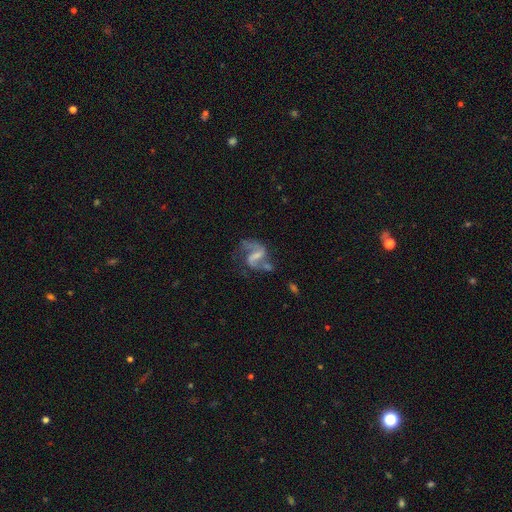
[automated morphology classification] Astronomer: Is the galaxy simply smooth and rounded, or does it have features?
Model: featured or disk — 83%.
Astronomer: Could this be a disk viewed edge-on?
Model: no — 98%.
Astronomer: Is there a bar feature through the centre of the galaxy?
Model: weak — 47% (runner-up: strong, 33%).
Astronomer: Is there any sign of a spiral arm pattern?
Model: yes — 92%.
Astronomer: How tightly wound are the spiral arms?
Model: loose — 53% (runner-up: medium, 39%).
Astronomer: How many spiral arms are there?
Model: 2 — 86%.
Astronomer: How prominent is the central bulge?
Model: none — 41% (runner-up: small, 35%).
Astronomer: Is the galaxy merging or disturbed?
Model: none — 45% (runner-up: major disturbance, 23%).